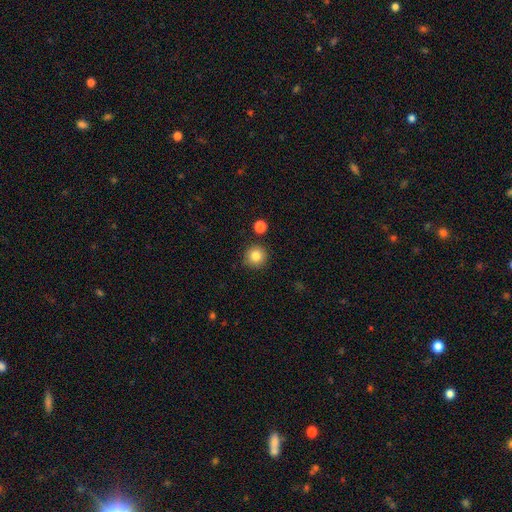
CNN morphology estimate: Smooth or featured?
  - smooth: 83% *
  - star or artifact: 10%
  - featured or disk: 6%
How rounded?
  - round: 94% *
  - in between: 5%
  - cigar-shaped: 1%
Merging?
  - none: 87% *
  - minor disturbance: 7%
  - merger: 3%
  - major disturbance: 2%